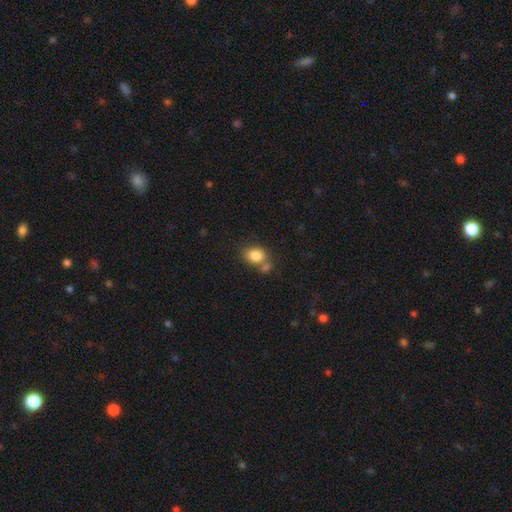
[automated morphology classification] This appears to be a smooth galaxy with no disk features (83%) that is in between round and cigar-shaped (51%). Merging: none (55%).